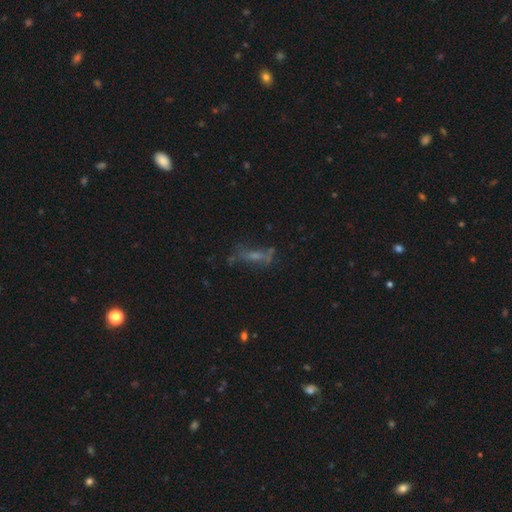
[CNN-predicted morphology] featured or disk 43%, smooth 36%, star or artifact 22%. Down the decision tree: merging — none (47%).